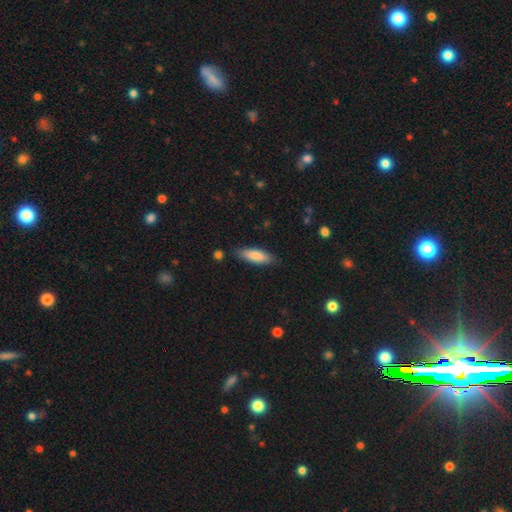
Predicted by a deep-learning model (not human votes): smooth-or-featured: smooth: 84% | featured or disk: 10% | star or artifact: 6%
  how-rounded: in between: 55% | cigar-shaped: 44% | round: 2%
  merging: none: 84% | minor disturbance: 12% | major disturbance: 2% | merger: 2%